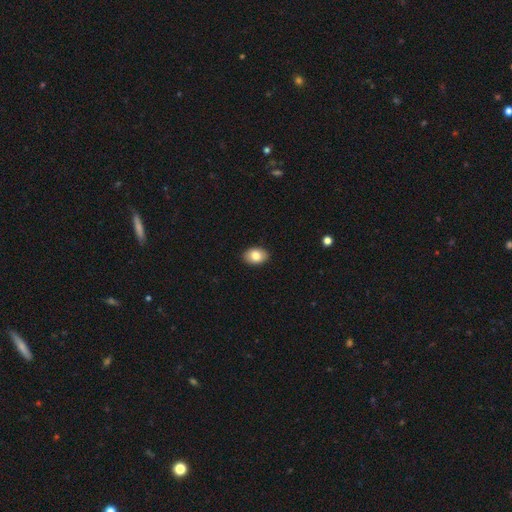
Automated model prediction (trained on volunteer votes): smooth 82%, featured or disk 10%, star or artifact 8%. Down the decision tree: how rounded — in between (78%); merging — none (91%).